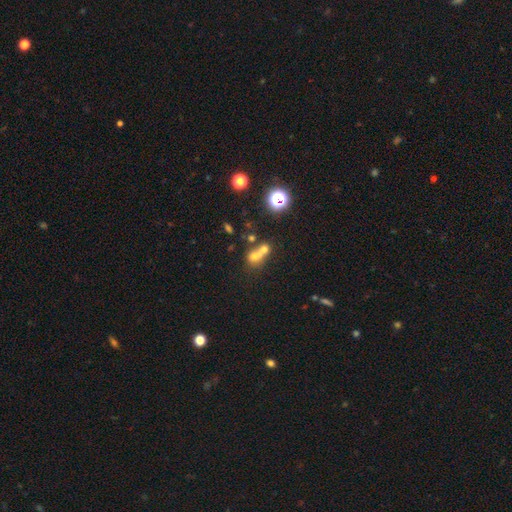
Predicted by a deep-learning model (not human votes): Morphology: type=smooth (57%); roundness=round (65%); merging=merger (60%).